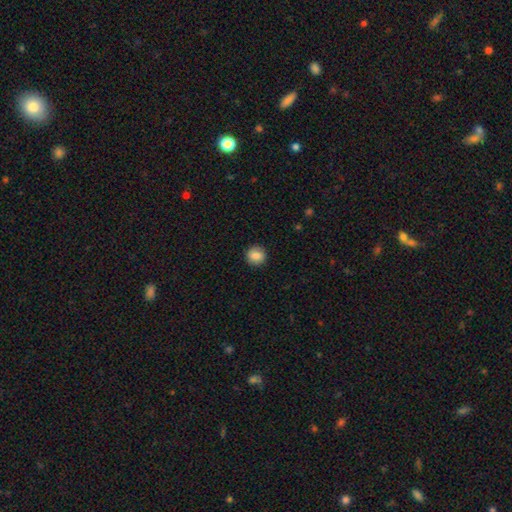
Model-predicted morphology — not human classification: Overall: smooth (83%). How rounded: round (89%). Merging: none (90%).